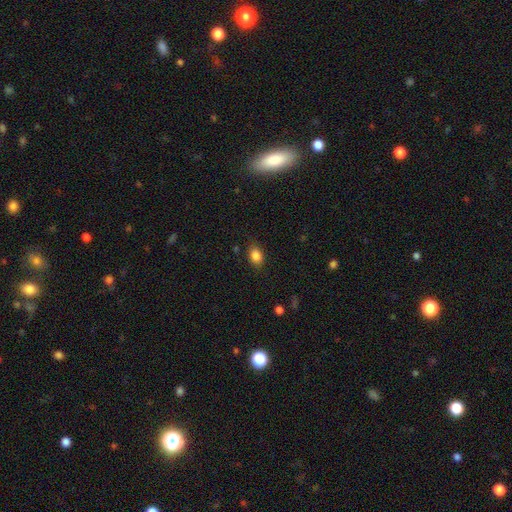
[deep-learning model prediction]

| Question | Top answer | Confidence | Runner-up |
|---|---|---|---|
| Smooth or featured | smooth | 85% | star or artifact (9%) |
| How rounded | in between | 75% | round (23%) |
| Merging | none | 82% | minor disturbance (14%) |